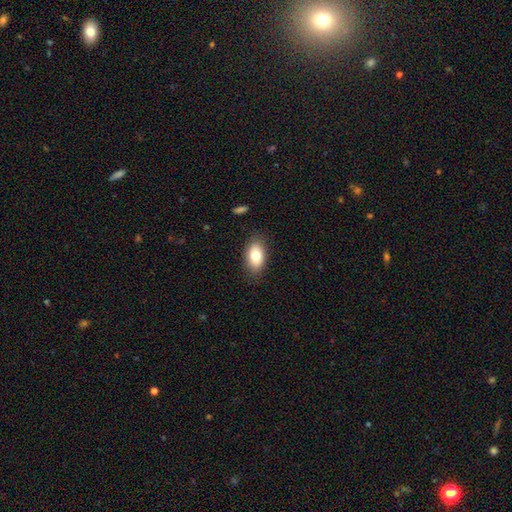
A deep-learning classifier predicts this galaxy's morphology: Smooth or featured? smooth (79%)
How rounded? in between (90%)
Merging? none (84%)